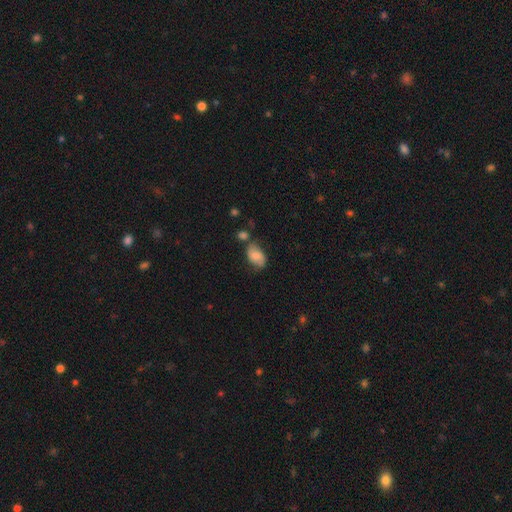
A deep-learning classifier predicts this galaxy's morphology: smooth 65%, featured or disk 27%, star or artifact 9%. Down the decision tree: how rounded — in between (89%); merging — none (54%).